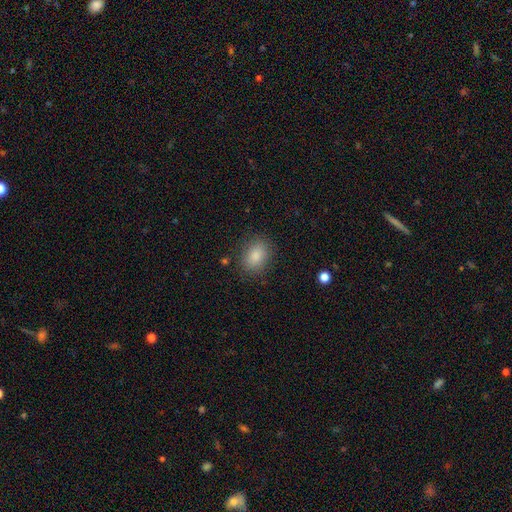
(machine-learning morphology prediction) smooth-or-featured: smooth: 86% | star or artifact: 8% | featured or disk: 6%
  how-rounded: in between: 74% | round: 25% | cigar-shaped: 1%
  merging: none: 83% | minor disturbance: 12% | major disturbance: 4% | merger: 1%